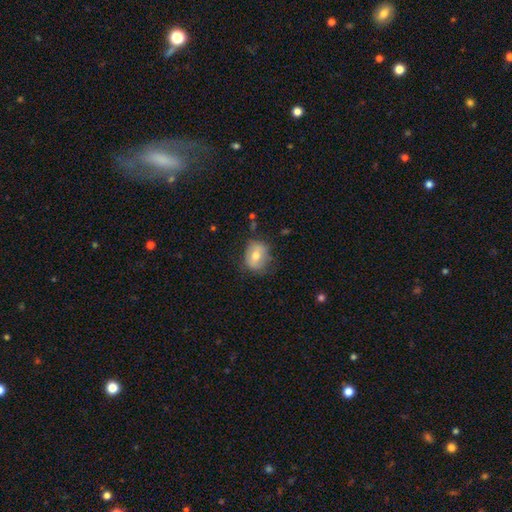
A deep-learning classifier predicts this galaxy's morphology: Smooth or featured? Predicted: smooth (p=0.67). How rounded? Predicted: round (p=0.50). Merging? Predicted: none (p=0.68).